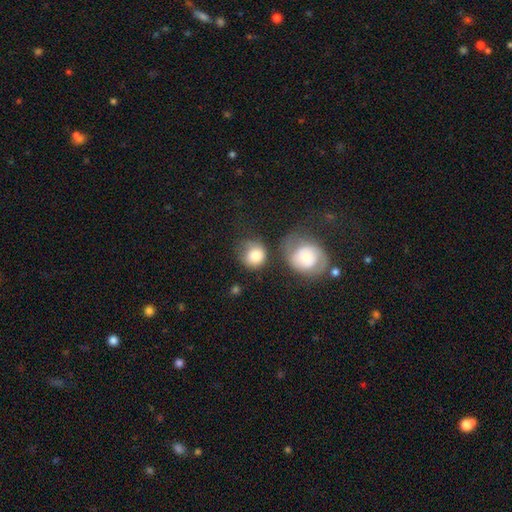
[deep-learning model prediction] smooth_or_featured: smooth (p=0.78) [alt: featured or disk p=0.14]
how_rounded: round (p=0.81) [alt: in between p=0.18]
merging: none (p=0.44) [alt: merger p=0.24]